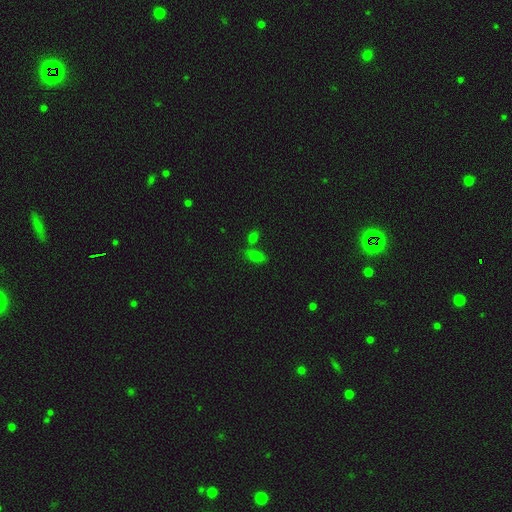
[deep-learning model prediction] Smooth or featured? smooth (71%)
How rounded? in between (81%)
Merging? none (57%)